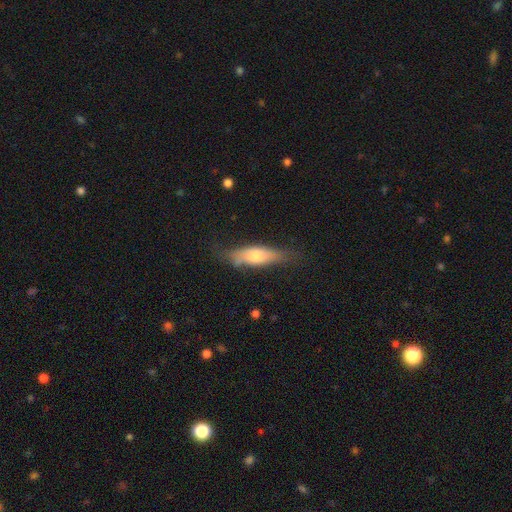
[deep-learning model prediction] This appears to be a smooth galaxy with no disk features (58%) that is cigar-shaped (49%). Merging: none (66%).